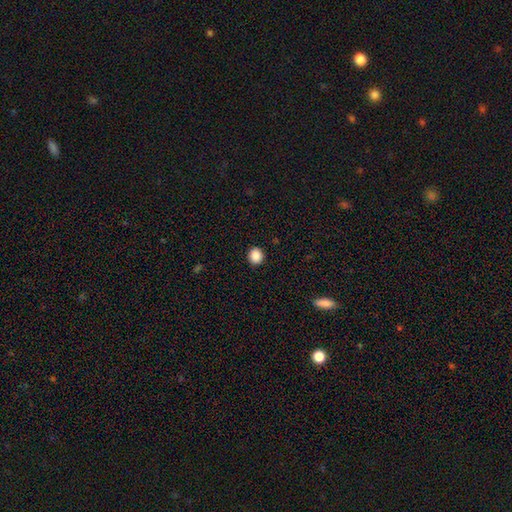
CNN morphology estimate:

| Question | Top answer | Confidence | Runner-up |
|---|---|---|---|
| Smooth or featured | smooth | 88% | star or artifact (9%) |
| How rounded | round | 84% | in between (15%) |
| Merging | none | 92% | minor disturbance (5%) |